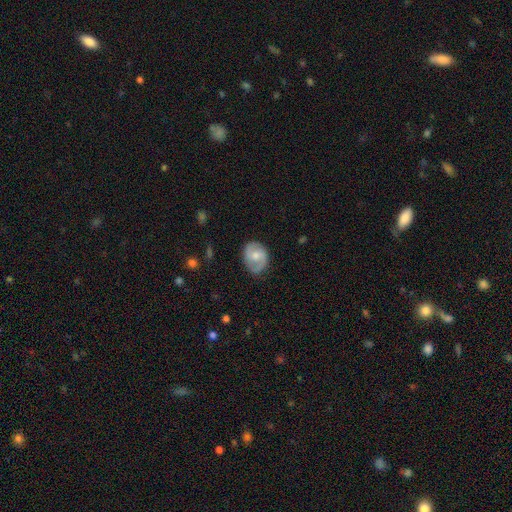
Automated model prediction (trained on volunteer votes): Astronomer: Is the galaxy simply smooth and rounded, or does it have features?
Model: featured or disk — 68%.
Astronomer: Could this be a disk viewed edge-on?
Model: no — 97%.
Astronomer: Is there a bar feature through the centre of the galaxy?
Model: no — 47% (runner-up: weak, 45%).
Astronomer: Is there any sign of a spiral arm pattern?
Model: yes — 90%.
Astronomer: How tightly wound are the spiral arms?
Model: medium — 49% (runner-up: tight, 31%).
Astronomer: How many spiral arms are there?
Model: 2 — 86%.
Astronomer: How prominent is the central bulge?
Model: moderate — 56% (runner-up: small, 35%).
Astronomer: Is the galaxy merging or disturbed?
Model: none — 79%.